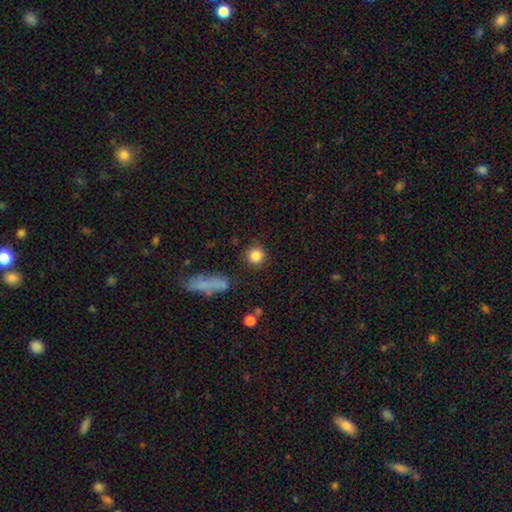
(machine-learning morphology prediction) The model was most divided on "smooth or featured": smooth: 85%, star or artifact: 10%, featured or disk: 6%. More confident: how rounded — round (92%); merging — none (87%).